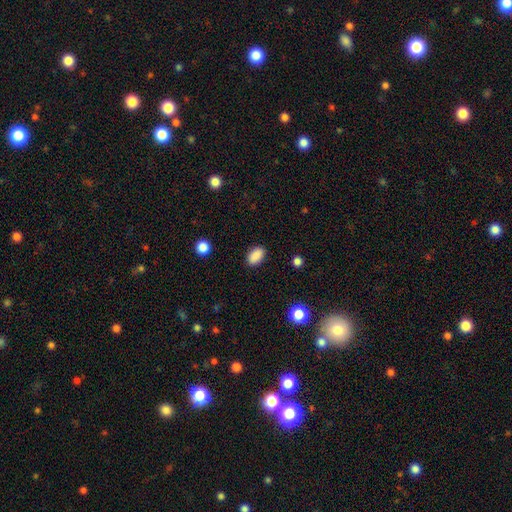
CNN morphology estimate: Q: Smooth or featured?
A: smooth (89%); runner-up: star or artifact (8%)
Q: How rounded?
A: in between (90%); runner-up: round (8%)
Q: Merging?
A: none (88%); runner-up: minor disturbance (9%)